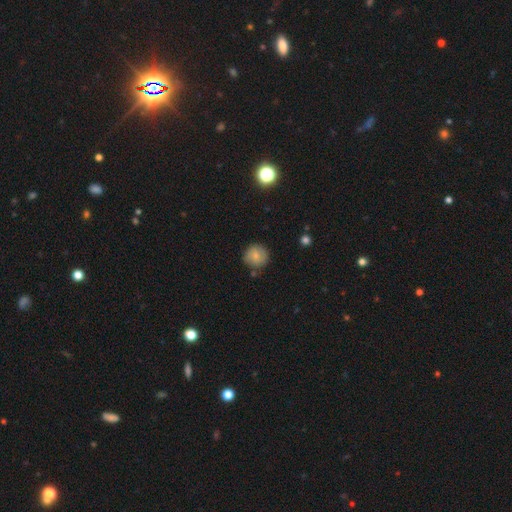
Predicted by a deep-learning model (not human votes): Smooth or featured: smooth — 76% (featured or disk — 15%)
How rounded: round — 90% (in between — 9%)
Merging: none — 81% (minor disturbance — 13%)